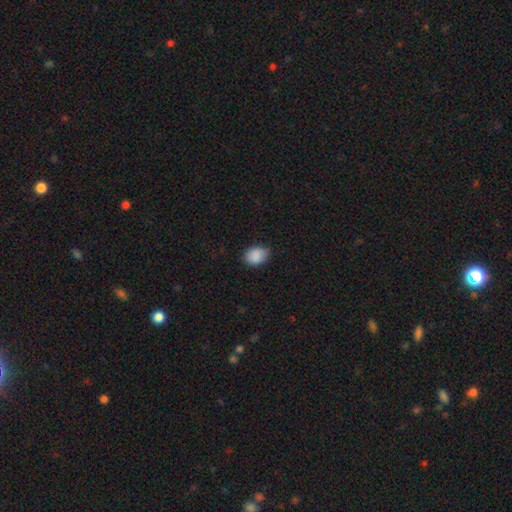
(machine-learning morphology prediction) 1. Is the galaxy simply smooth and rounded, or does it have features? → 89% smooth, 7% star or artifact, 3% featured or disk.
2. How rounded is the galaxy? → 70% in between, 29% round, 1% cigar-shaped.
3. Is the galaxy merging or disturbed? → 78% none, 18% minor disturbance, 3% major disturbance, 1% merger.